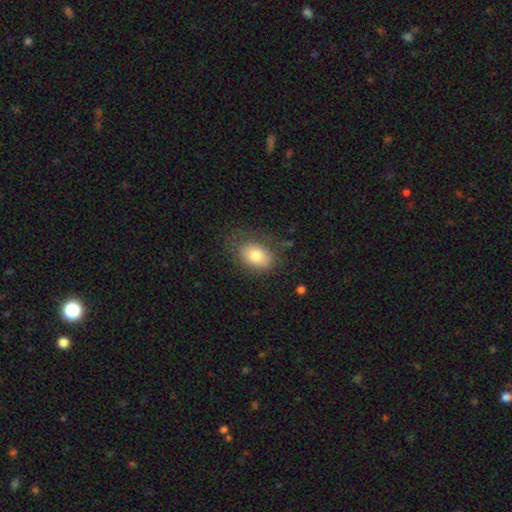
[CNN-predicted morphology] type=smooth (78%); roundness=in between (80%); merging=none (70%).